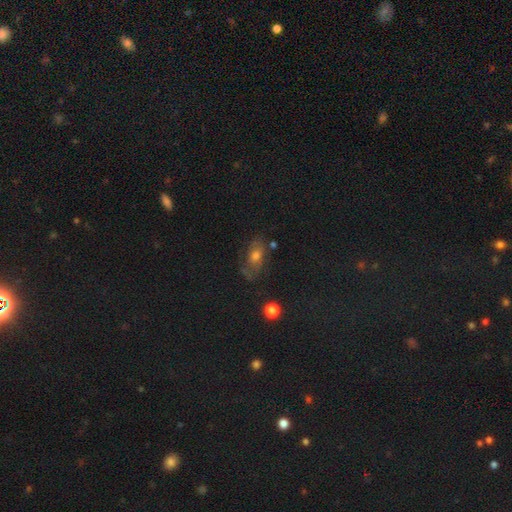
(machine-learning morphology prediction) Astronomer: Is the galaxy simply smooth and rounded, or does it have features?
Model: smooth — 43% (runner-up: featured or disk, 40%).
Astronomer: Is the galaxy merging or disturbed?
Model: none — 60%.